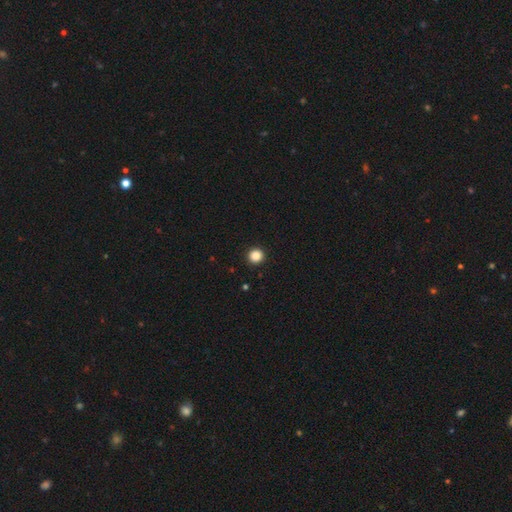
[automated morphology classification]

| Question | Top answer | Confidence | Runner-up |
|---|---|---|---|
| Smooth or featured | smooth | 87% | star or artifact (11%) |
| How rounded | round | 95% | in between (4%) |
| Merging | none | 93% | minor disturbance (4%) |